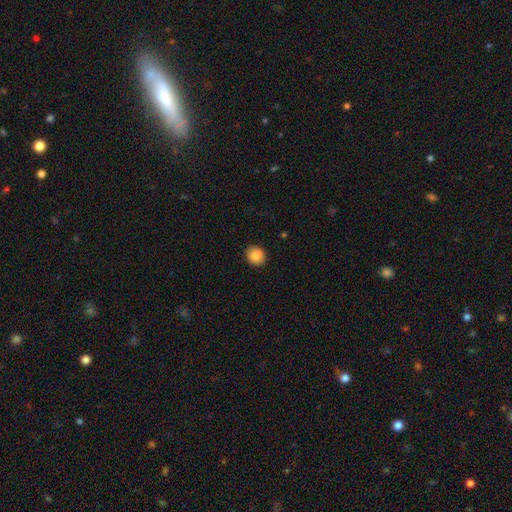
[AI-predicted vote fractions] This is clearly a smooth galaxy (87%). How rounded: clearly round (81%). Merging: clearly none (90%).